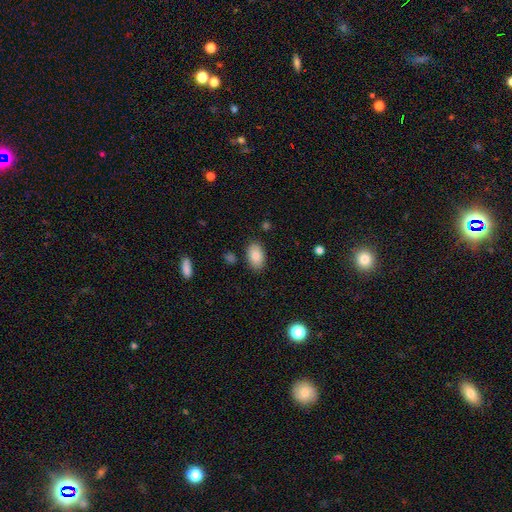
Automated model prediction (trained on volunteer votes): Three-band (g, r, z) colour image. It shows a smooth galaxy with no disk features (86%) that is in between round and cigar-shaped (92%). Merging: none (84%).